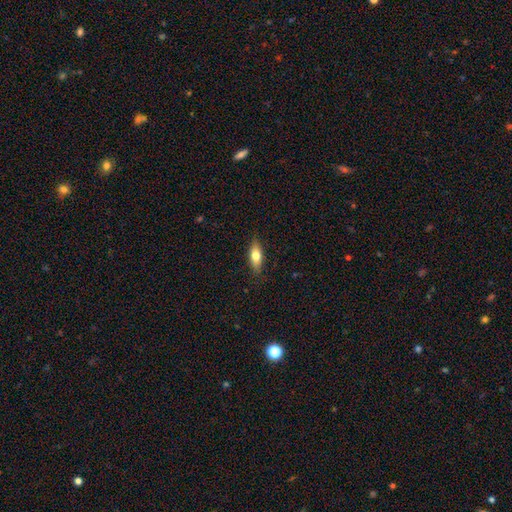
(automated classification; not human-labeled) A smooth galaxy with no disk features (69%) that is in between round and cigar-shaped (69%).

Vote fractions:
- Smooth or featured? smooth: 69% / featured or disk: 24% / star or artifact: 7%
- How rounded? in between: 69% / cigar-shaped: 28% / round: 3%
- Merging? none: 86% / minor disturbance: 11% / major disturbance: 2% / merger: 1%